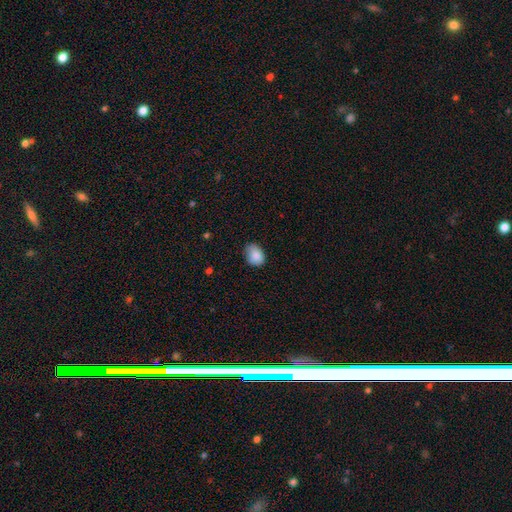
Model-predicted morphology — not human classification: smooth 87%, star or artifact 8%, featured or disk 5%. Down the decision tree: how rounded — in between (68%); merging — none (66%).